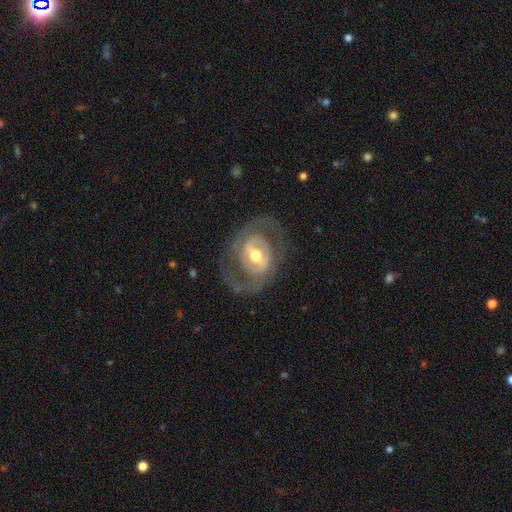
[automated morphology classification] A featured or disk galaxy (78%) with a weak bar (38%), spiral arms (59%) and a moderate central bulge (72%).

Vote fractions:
- Smooth or featured? featured or disk: 78% / smooth: 17% / star or artifact: 5%
- Edge-on disk? no: 95% / yes: 5%
- Bar? weak: 38% / no: 32% / strong: 31%
- Spiral arms? yes: 59% / no: 41%
- Bulge size? moderate: 72% / large: 16% / small: 10% / dominant: 1% / none: 1%
- Merging? none: 71% / minor disturbance: 14% / major disturbance: 14% / merger: 1%